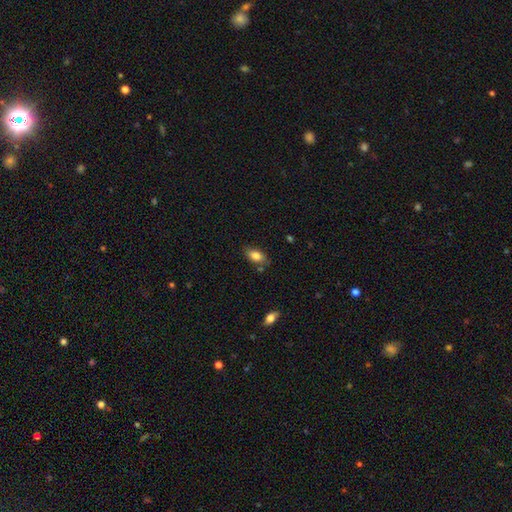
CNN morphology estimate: Smooth or featured? Predicted: smooth (p=0.82). How rounded? Predicted: in between (p=0.89). Merging? Predicted: none (p=0.75).